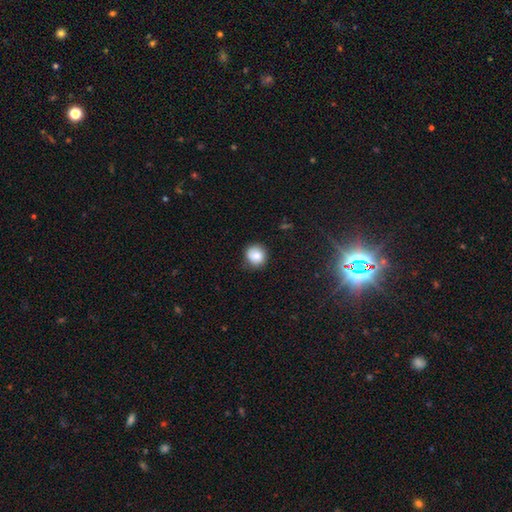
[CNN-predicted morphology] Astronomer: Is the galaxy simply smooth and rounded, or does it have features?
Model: smooth — 81%.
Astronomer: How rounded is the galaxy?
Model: round — 87%.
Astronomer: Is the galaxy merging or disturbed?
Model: none — 79%.